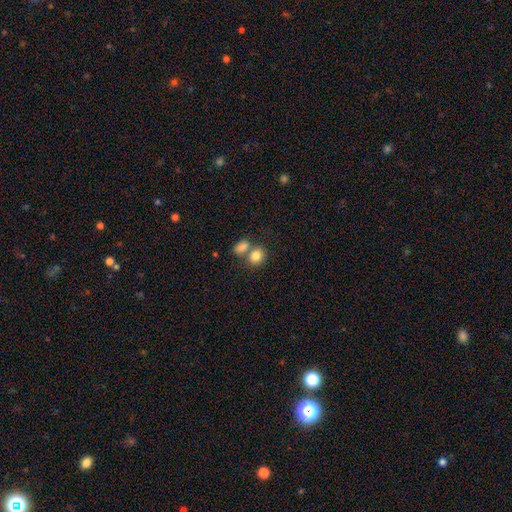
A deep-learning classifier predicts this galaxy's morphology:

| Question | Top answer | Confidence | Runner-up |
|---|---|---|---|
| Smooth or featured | smooth | 83% | star or artifact (9%) |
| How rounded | round | 61% | in between (38%) |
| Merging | none | 48% | merger (39%) |